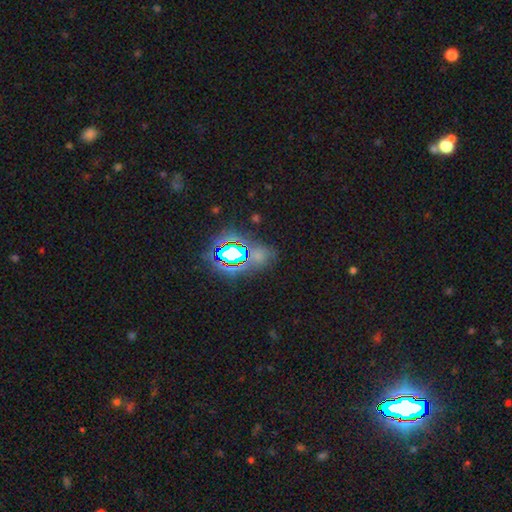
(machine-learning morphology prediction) Smooth or featured? Predicted: star or artifact (p=0.59).